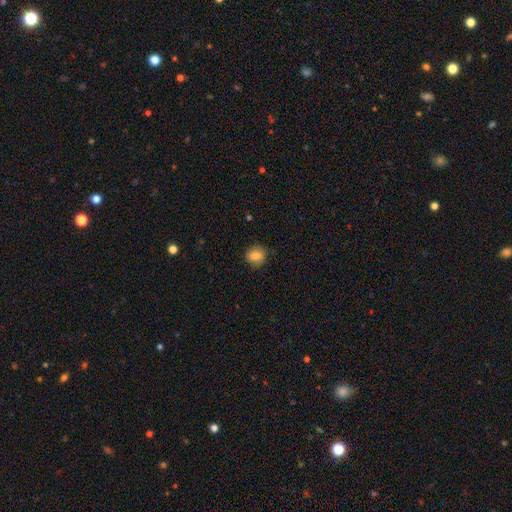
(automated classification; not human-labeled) Smooth or featured: smooth — 81% (featured or disk — 10%)
How rounded: round — 83% (in between — 16%)
Merging: none — 83% (minor disturbance — 13%)